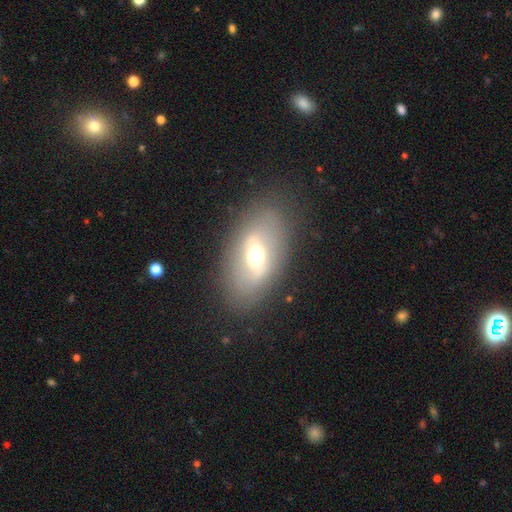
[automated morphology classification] Smooth or featured? featured or disk (51%)
Edge-on disk? no (82%)
Merging? none (81%)